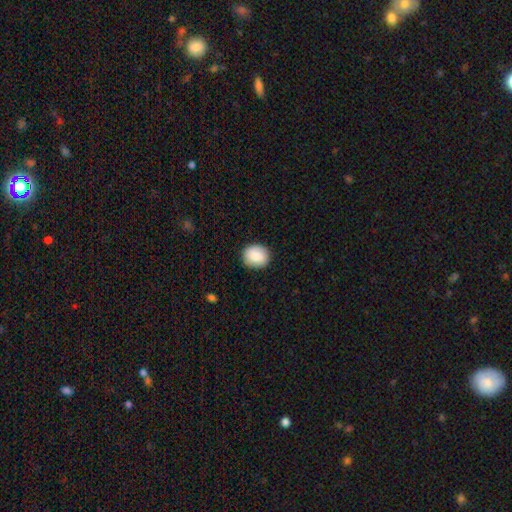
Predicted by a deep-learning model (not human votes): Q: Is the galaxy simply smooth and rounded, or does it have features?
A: smooth — 84%.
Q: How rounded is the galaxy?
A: round — 70%.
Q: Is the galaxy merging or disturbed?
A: none — 88%.